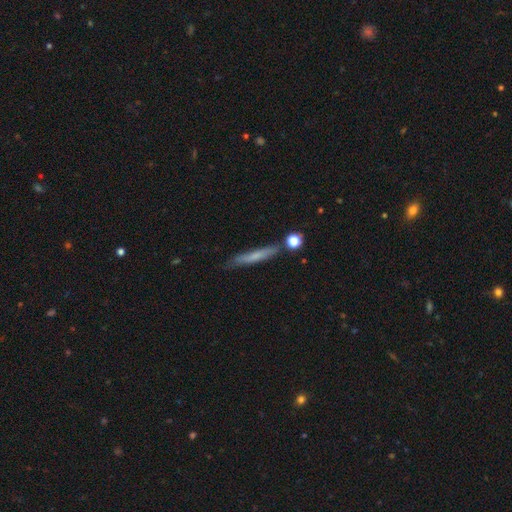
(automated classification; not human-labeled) Q: Smooth or featured?
A: smooth (58%); runner-up: featured or disk (33%)
Q: How rounded?
A: cigar-shaped (92%); runner-up: in between (5%)
Q: Merging?
A: none (75%); runner-up: minor disturbance (15%)